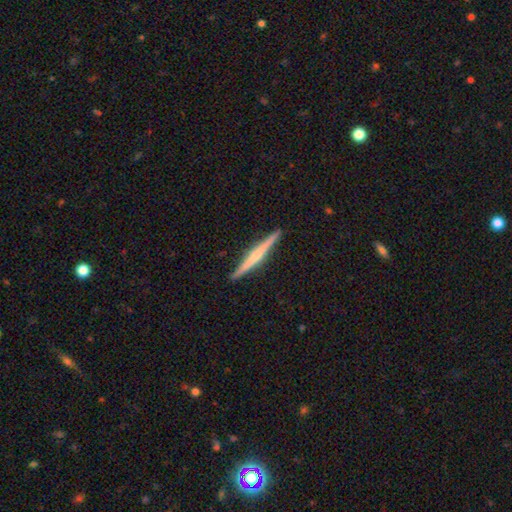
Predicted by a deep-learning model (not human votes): smooth_or_featured: featured or disk (p=0.67) [alt: smooth p=0.28]
disk_edge_on: yes (p=0.98) [alt: no p=0.02]
edge_on_bulge: rounded (p=0.55) [alt: none p=0.32]
merging: none (p=0.92) [alt: minor disturbance p=0.05]